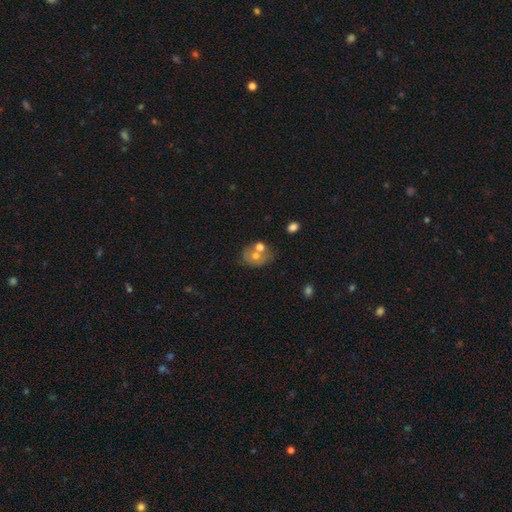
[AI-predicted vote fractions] A smooth galaxy with no disk features (59%) that is in between round and cigar-shaped (50%).

Vote fractions:
- Smooth or featured? smooth: 59% / featured or disk: 31% / star or artifact: 10%
- How rounded? in between: 50% / round: 48% / cigar-shaped: 1%
- Merging? none: 43% / merger: 33% / minor disturbance: 16% / major disturbance: 7%